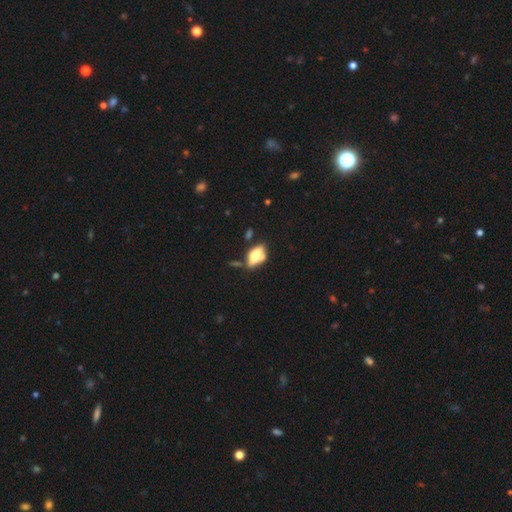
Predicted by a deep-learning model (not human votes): This appears to be a smooth galaxy with no disk features (53%) that is in between round and cigar-shaped (85%). Merging: none (47%).